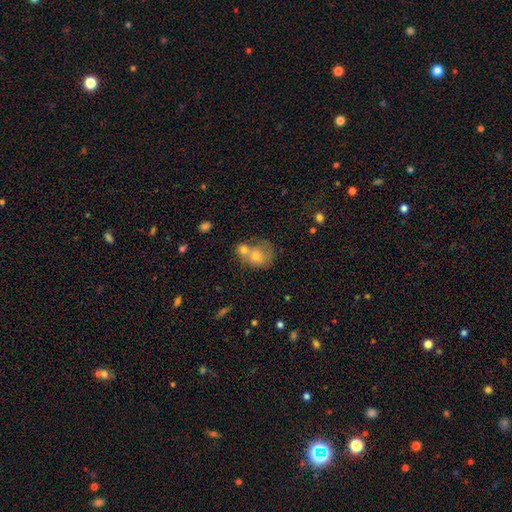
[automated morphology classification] Smooth or featured? smooth (65%)
How rounded? round (62%)
Merging? merger (57%)